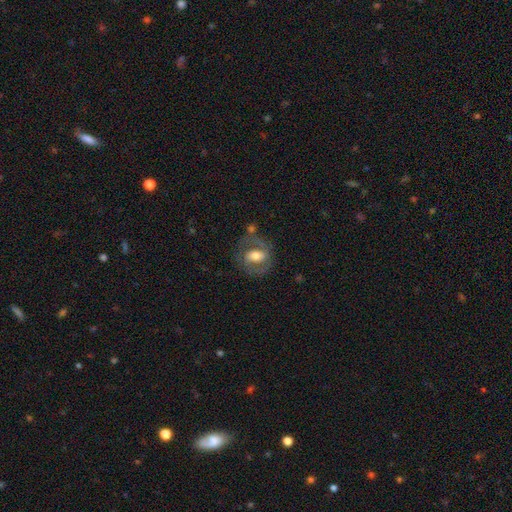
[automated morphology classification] type=featured or disk (58%); edge-on=no (94%); bar=weak (39%); spiral arms=yes (67%); bulge=moderate (57%); merging=none (61%).